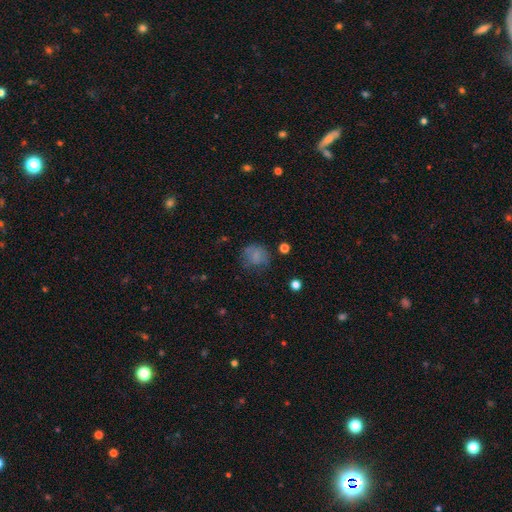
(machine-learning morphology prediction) The model was most divided on "merging": none: 58%, minor disturbance: 24%, major disturbance: 16%, merger: 2%. More confident: how rounded — round (74%); smooth or featured — smooth (71%).